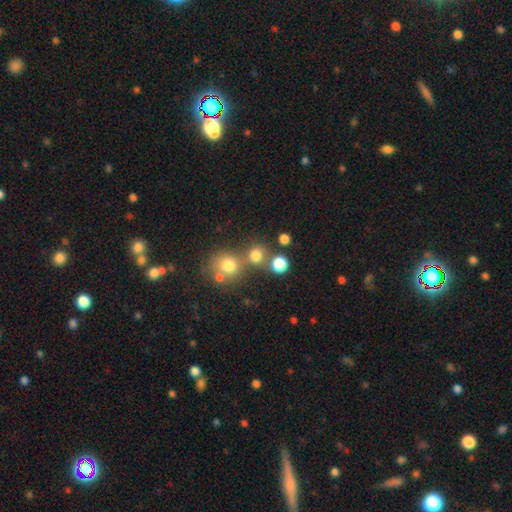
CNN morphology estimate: Q: Smooth or featured?
A: smooth (75%); runner-up: star or artifact (16%)
Q: How rounded?
A: round (86%); runner-up: in between (13%)
Q: Merging?
A: none (60%); runner-up: merger (29%)